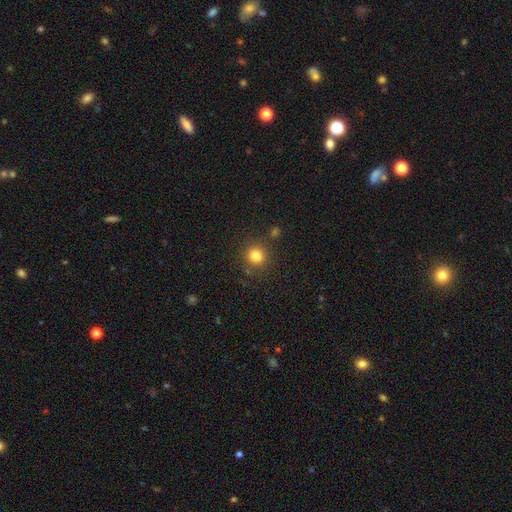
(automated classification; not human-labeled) smooth_or_featured: smooth (p=0.82) [alt: star or artifact p=0.13]
how_rounded: round (p=0.87) [alt: in between p=0.12]
merging: none (p=0.80) [alt: minor disturbance p=0.10]